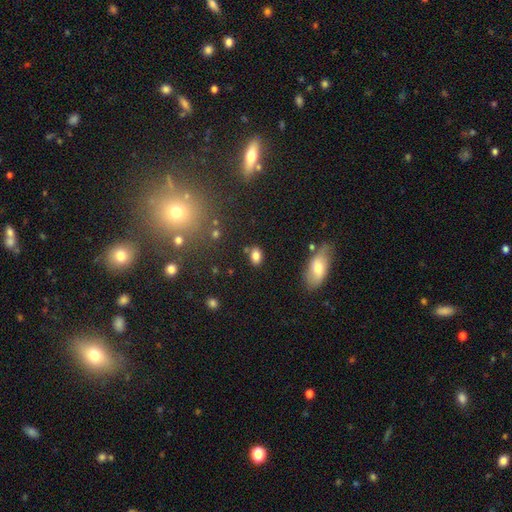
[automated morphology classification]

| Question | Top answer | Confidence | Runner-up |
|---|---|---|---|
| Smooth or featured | smooth | 81% | star or artifact (12%) |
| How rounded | in between | 80% | round (18%) |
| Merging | none | 74% | minor disturbance (14%) |